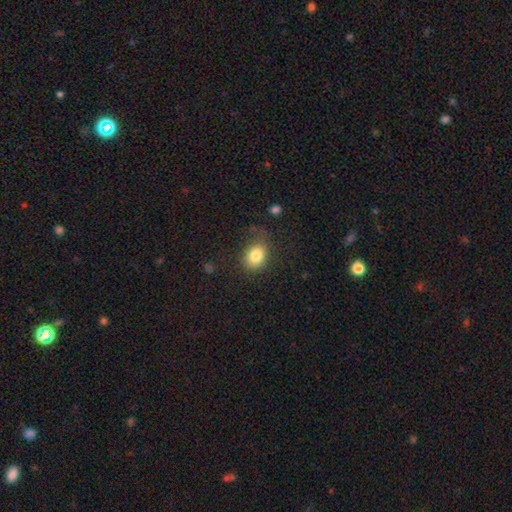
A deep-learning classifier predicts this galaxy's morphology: smooth-or-featured: smooth: 83% | star or artifact: 10% | featured or disk: 8%
  how-rounded: in between: 57% | round: 42% | cigar-shaped: 1%
  merging: none: 75% | minor disturbance: 17% | major disturbance: 6% | merger: 2%